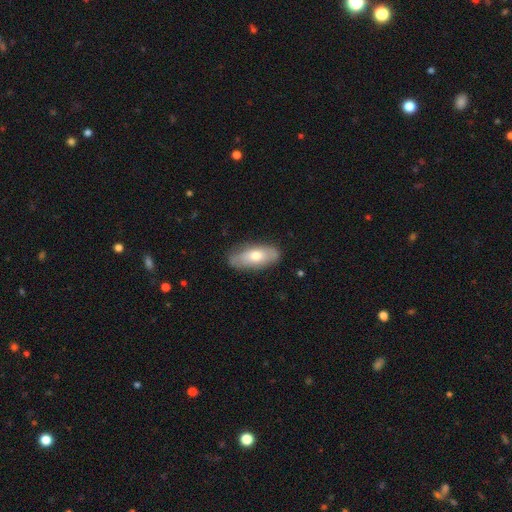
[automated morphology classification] A smooth galaxy with no disk features (63%) that is in between round and cigar-shaped (85%). Merging: none (78%).